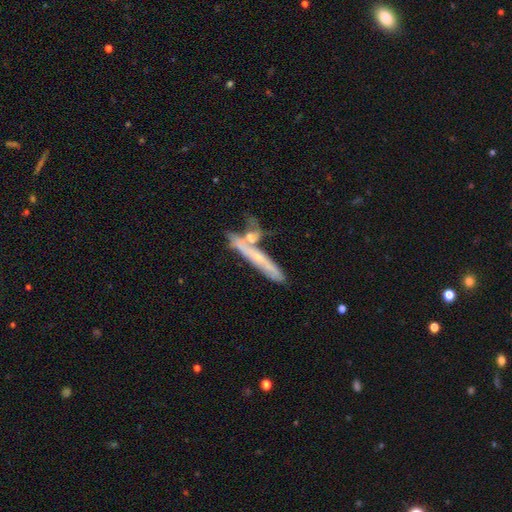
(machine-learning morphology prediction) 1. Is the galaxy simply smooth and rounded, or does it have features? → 60% featured or disk, 32% smooth, 8% star or artifact.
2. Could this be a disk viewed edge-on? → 76% yes, 24% no.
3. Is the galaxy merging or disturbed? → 43% none, 35% merger, 14% minor disturbance, 8% major disturbance.